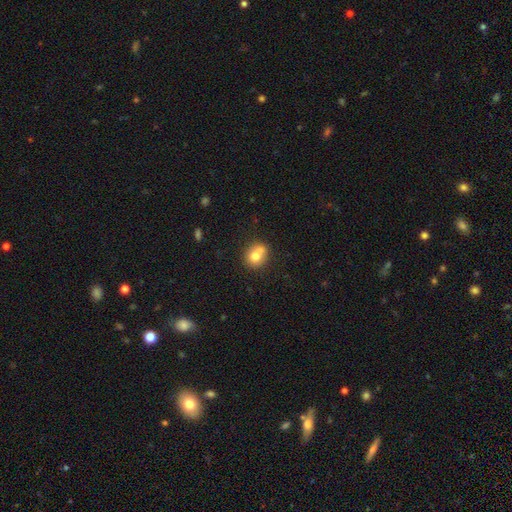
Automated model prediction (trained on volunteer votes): This appears to be a smooth galaxy with no disk features (72%) that is round (74%). Merging: none (45%).